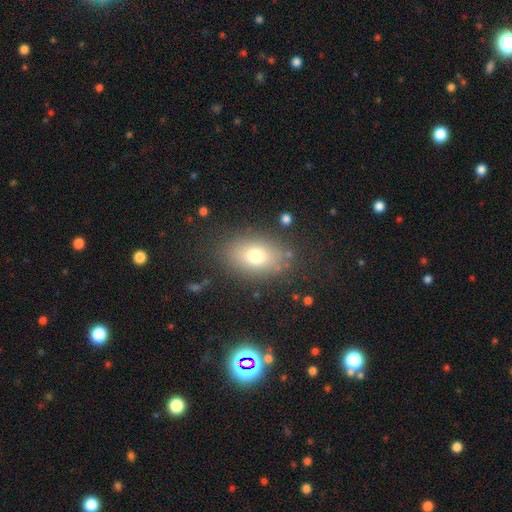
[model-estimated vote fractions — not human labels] This appears to be a smooth galaxy with no disk features (74%) that is in between round and cigar-shaped (79%). Merging: none (82%).